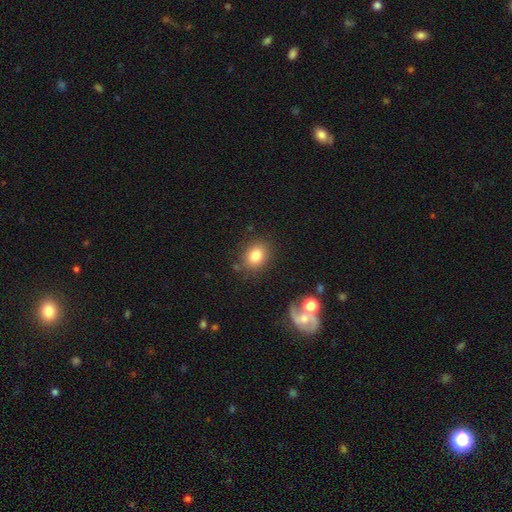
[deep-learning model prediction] A smooth galaxy with no disk features (81%) that is in between round and cigar-shaped (51%). Merging: none (82%).